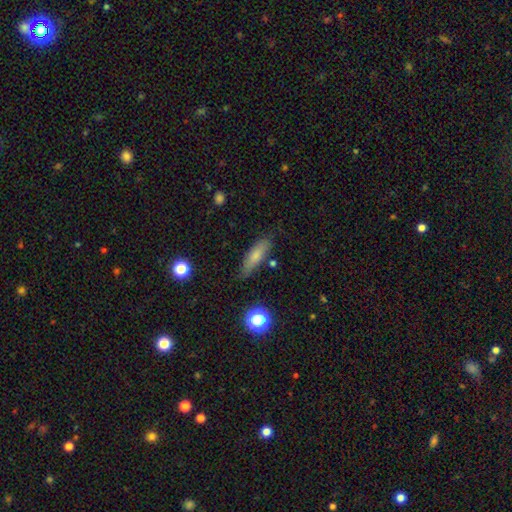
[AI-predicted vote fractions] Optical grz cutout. It shows a smooth galaxy with no disk features (72%) that is cigar-shaped (61%). Merging: none (77%).